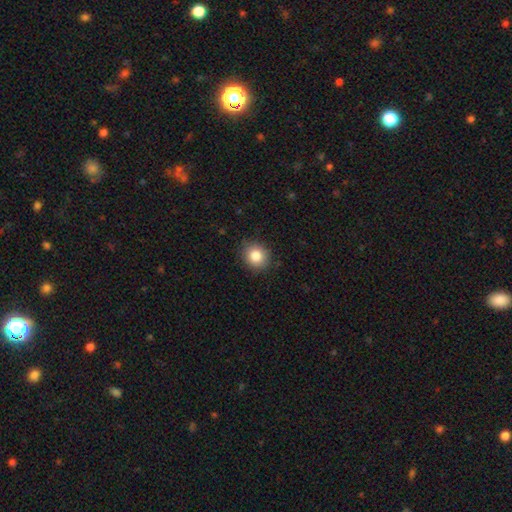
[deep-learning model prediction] Q: Smooth or featured?
A: smooth (84%); runner-up: star or artifact (10%)
Q: How rounded?
A: round (83%); runner-up: in between (16%)
Q: Merging?
A: none (88%); runner-up: minor disturbance (9%)